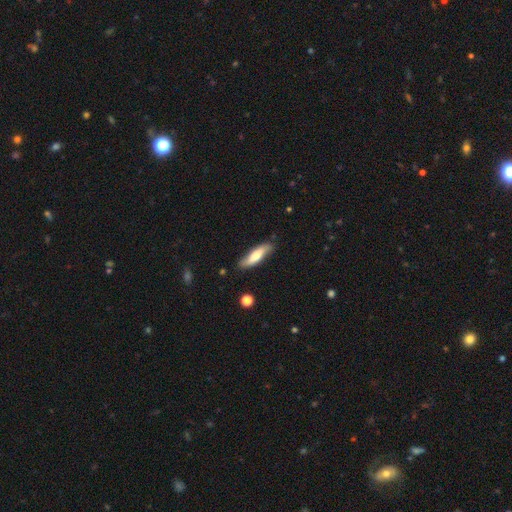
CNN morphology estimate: Smooth or featured?
  - smooth: 60% *
  - featured or disk: 34%
  - star or artifact: 6%
How rounded?
  - cigar-shaped: 62% *
  - in between: 36%
  - round: 2%
Merging?
  - none: 82% *
  - minor disturbance: 14%
  - major disturbance: 3%
  - merger: 2%